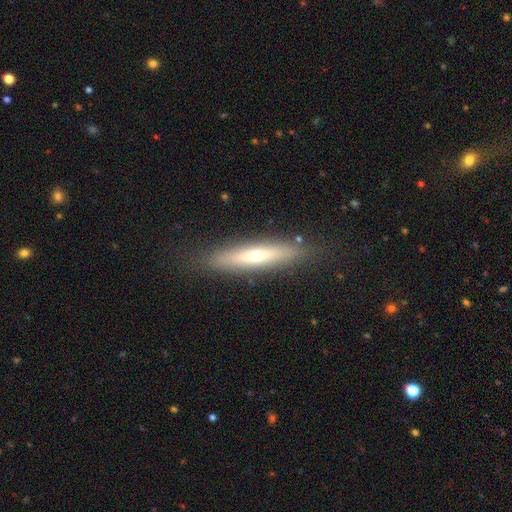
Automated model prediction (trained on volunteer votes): smooth-or-featured: smooth: 52% | featured or disk: 41% | star or artifact: 7%
  how-rounded: cigar-shaped: 85% | in between: 14% | round: 2%
  merging: none: 86% | minor disturbance: 10% | major disturbance: 3% | merger: 1%